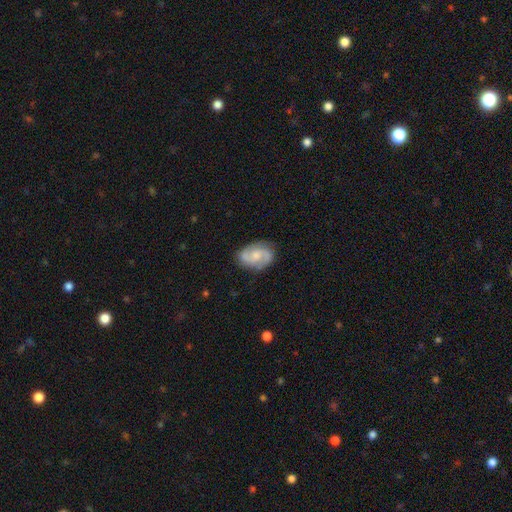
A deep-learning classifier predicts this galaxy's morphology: Smooth or featured? featured or disk (74%)
Edge-on disk? no (97%)
Bar? no (54%)
Spiral arms? yes (95%)
Spiral winding? medium (51%)
Spiral arm count? 2 (88%)
Bulge size? moderate (49%)
Merging? none (80%)